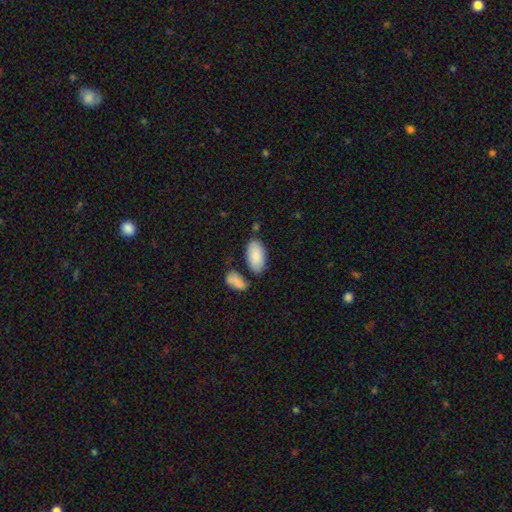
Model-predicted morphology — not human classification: Smooth or featured? Predicted: smooth (p=0.87). How rounded? Predicted: in between (p=0.95). Merging? Predicted: none (p=0.70).